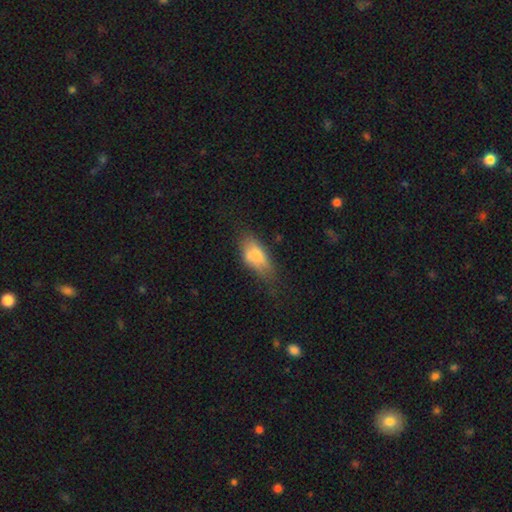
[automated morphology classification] Smooth or featured: smooth — 63% (featured or disk — 28%)
How rounded: in between — 82% (cigar-shaped — 15%)
Merging: none — 47% (minor disturbance — 29%)